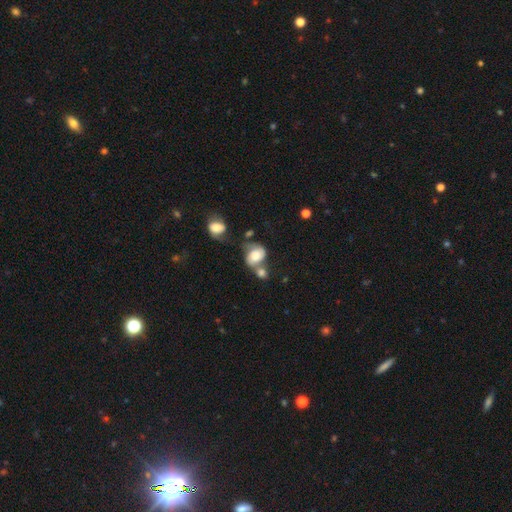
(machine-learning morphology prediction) Smooth or featured? Predicted: smooth (p=0.54). How rounded? Predicted: in between (p=0.58). Merging? Predicted: merger (p=0.44).